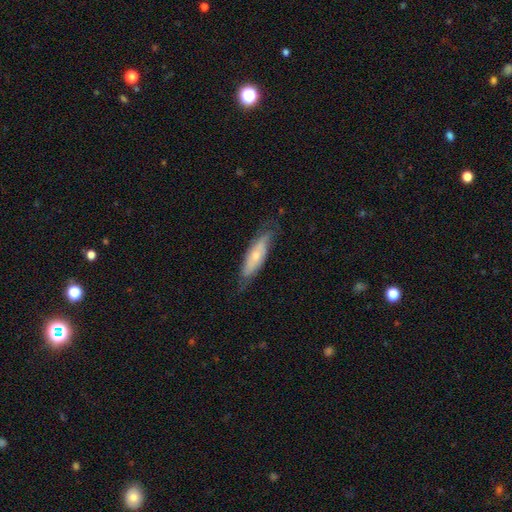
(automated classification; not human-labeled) The model was most divided on "smooth or featured": smooth: 48%, featured or disk: 46%, star or artifact: 6%. More confident: merging — none (71%).